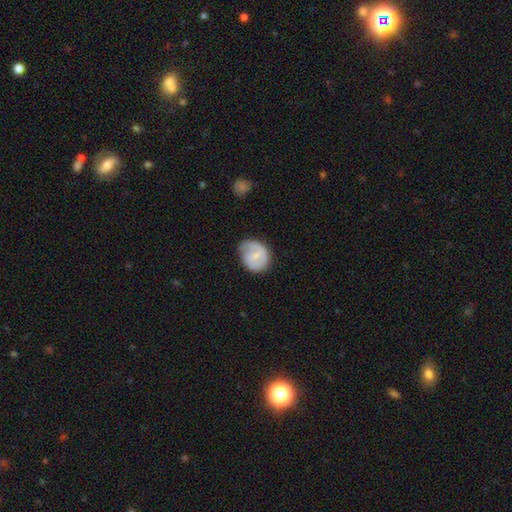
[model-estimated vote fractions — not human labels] Smooth or featured? smooth (52%)
How rounded? round (64%)
Merging? none (57%)